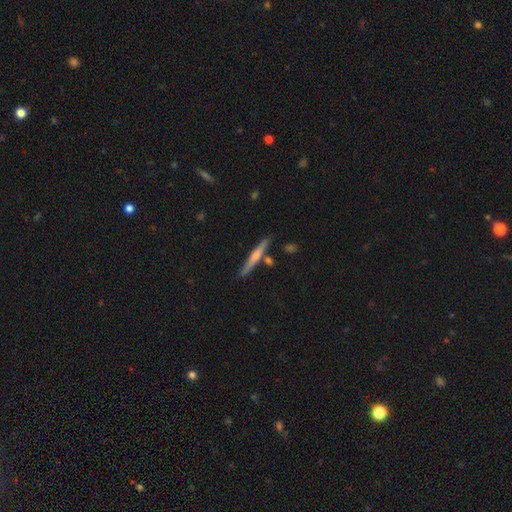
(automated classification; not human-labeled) A featured or disk galaxy (66%) viewed edge-on (97%) with a rounded central bulge (74%). Merging: none (85%).